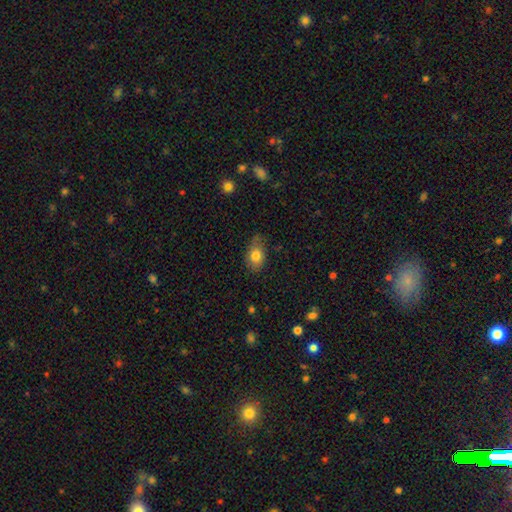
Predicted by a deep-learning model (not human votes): Smooth or featured? smooth (79%)
How rounded? in between (80%)
Merging? none (62%)